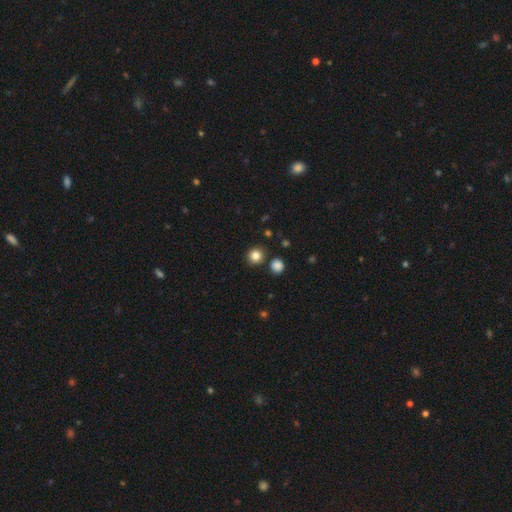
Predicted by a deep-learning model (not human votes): Overall: smooth (84%). How rounded: round (90%). Merging: none (85%).